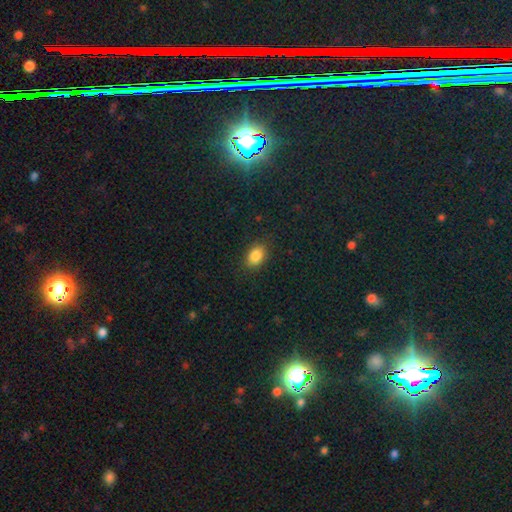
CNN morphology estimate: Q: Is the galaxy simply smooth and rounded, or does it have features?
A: smooth — 85%.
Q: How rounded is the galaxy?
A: in between — 79%.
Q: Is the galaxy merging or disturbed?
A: none — 86%.